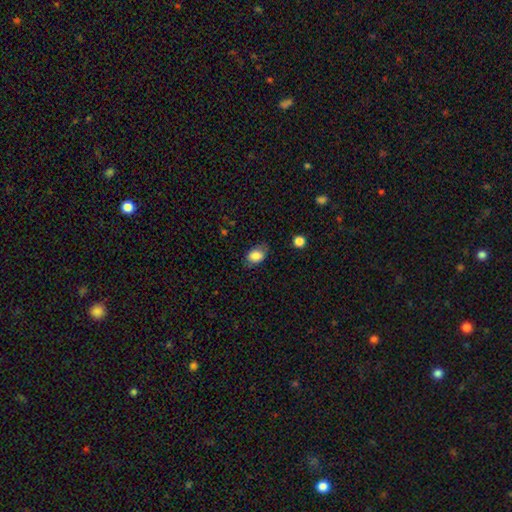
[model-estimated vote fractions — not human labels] Smooth or featured: smooth — 84% (star or artifact — 8%)
How rounded: in between — 77% (round — 22%)
Merging: none — 68% (minor disturbance — 24%)